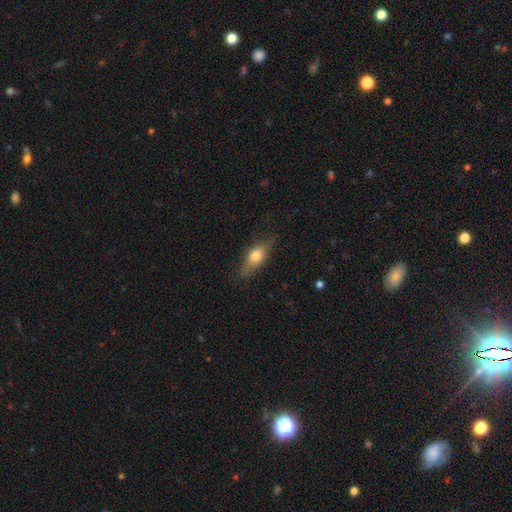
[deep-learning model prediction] This appears to be a smooth galaxy with no disk features (57%) that is in between round and cigar-shaped (64%). Merging: none (75%).